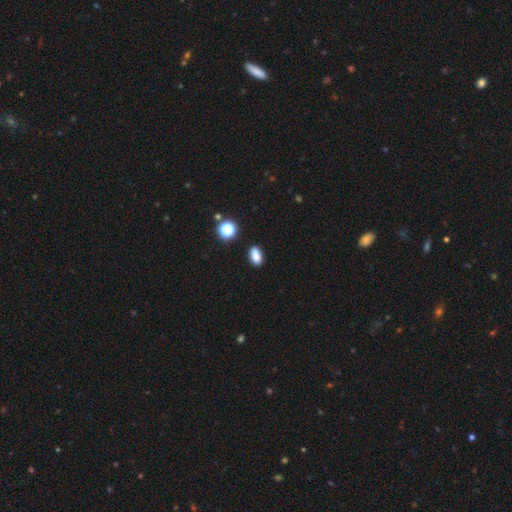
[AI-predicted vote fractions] This is clearly a smooth galaxy (84%). How rounded: clearly in between (85%). Merging: clearly none (85%).